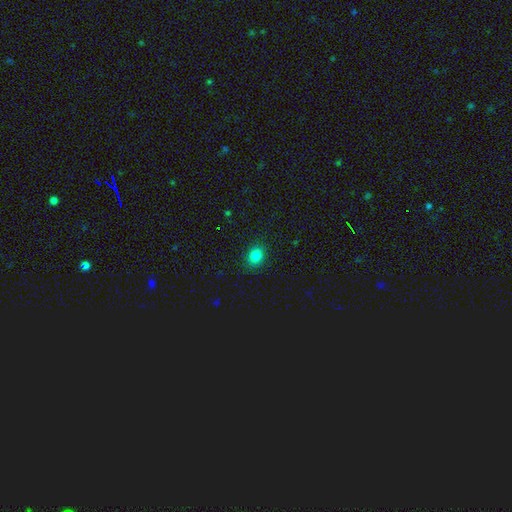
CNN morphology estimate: Smooth or featured? smooth (82%)
How rounded? round (57%)
Merging? none (89%)